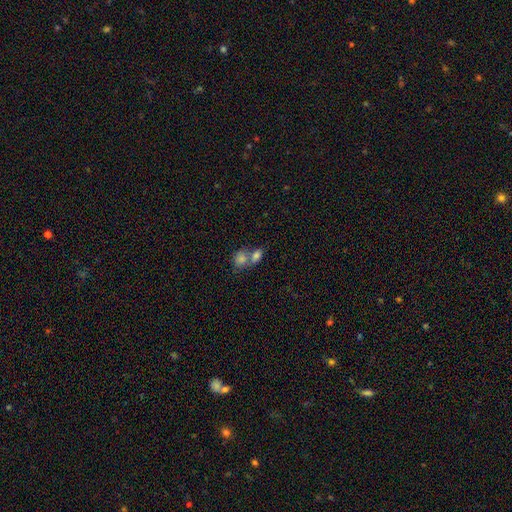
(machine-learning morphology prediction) The model was most divided on "how rounded": in between: 67%, round: 30%, cigar-shaped: 3%. More confident: smooth or featured — smooth (77%); merging — merger (65%).